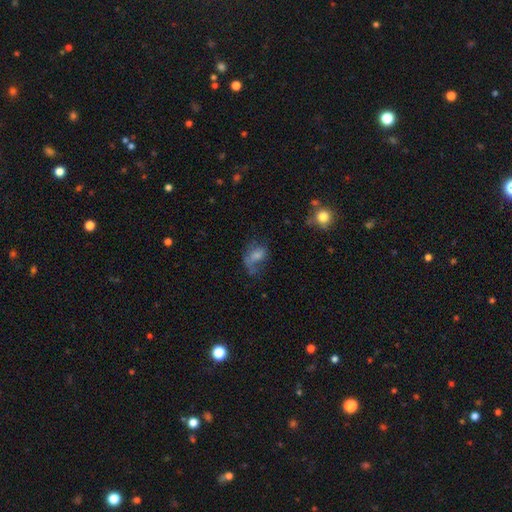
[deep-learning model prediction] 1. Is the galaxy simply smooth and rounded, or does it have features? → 59% smooth, 28% featured or disk, 13% star or artifact.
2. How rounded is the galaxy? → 82% in between, 16% round, 2% cigar-shaped.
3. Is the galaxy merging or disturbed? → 43% major disturbance, 28% none, 24% minor disturbance, 5% merger.